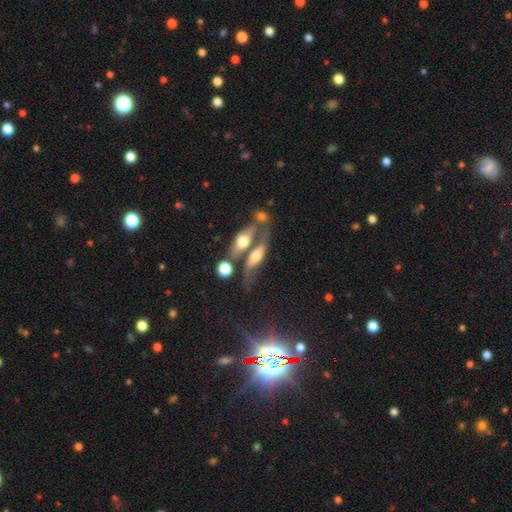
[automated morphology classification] Q: Smooth or featured?
A: featured or disk (51%); runner-up: smooth (40%)
Q: Edge-on disk?
A: yes (56%); runner-up: no (44%)
Q: Merging?
A: merger (45%); runner-up: none (33%)